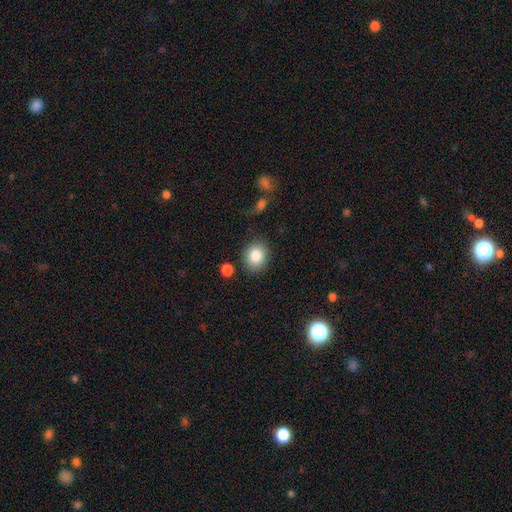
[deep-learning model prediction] Smooth or featured? smooth (85%)
How rounded? round (71%)
Merging? none (85%)